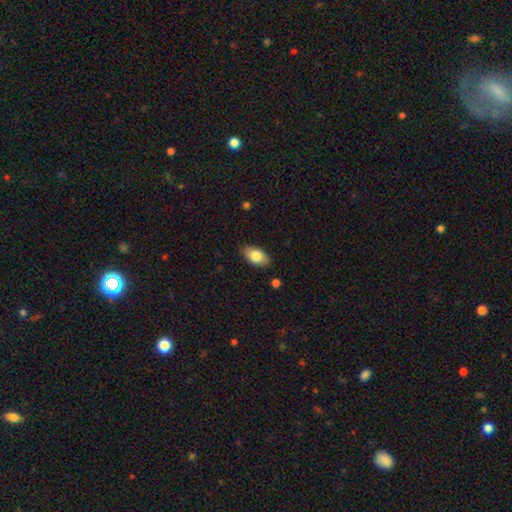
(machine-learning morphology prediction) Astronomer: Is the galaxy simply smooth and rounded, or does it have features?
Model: smooth — 80%.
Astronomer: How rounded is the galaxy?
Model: in between — 92%.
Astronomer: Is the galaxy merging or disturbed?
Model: none — 84%.